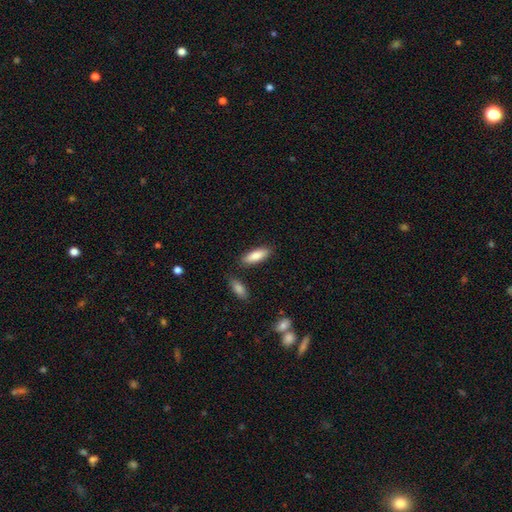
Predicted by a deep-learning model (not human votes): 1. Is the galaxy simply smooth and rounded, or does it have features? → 85% smooth, 9% featured or disk, 6% star or artifact.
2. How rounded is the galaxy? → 64% in between, 34% cigar-shaped, 2% round.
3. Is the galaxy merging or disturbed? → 82% none, 11% minor disturbance, 5% merger, 2% major disturbance.